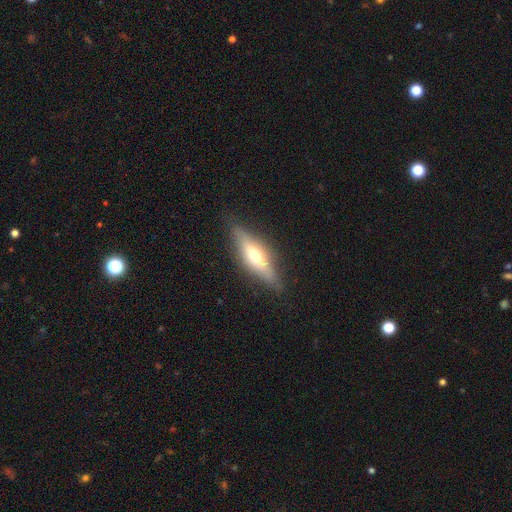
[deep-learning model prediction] This appears to be a featured or disk galaxy (57%) viewed edge-on (89%) with a rounded central bulge (82%). Merging: none (83%).